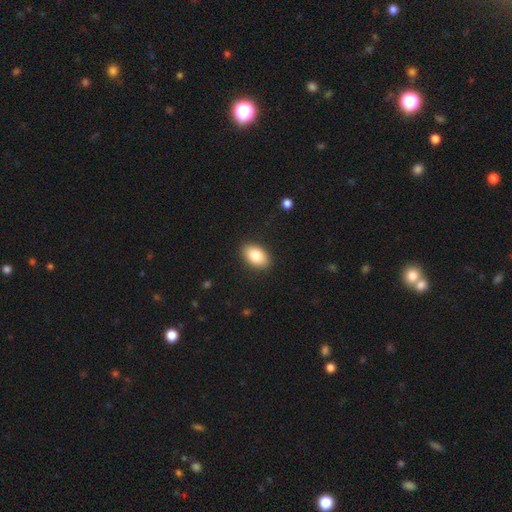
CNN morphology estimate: This is clearly a smooth galaxy (82%). How rounded: clearly in between (91%). Merging: clearly none (89%).